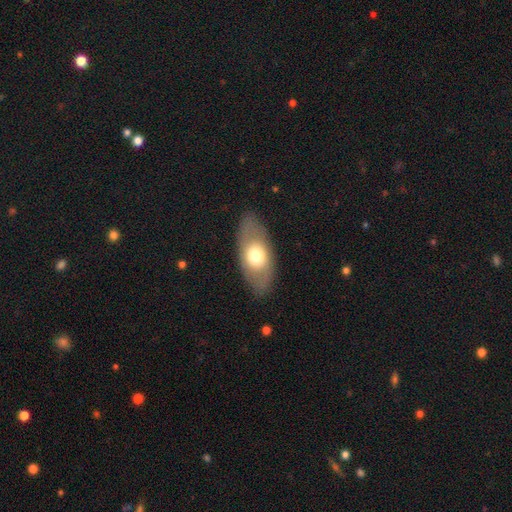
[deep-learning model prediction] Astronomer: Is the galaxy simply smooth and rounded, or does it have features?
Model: smooth — 60%.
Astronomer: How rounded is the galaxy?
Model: in between — 88%.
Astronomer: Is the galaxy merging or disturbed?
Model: none — 83%.